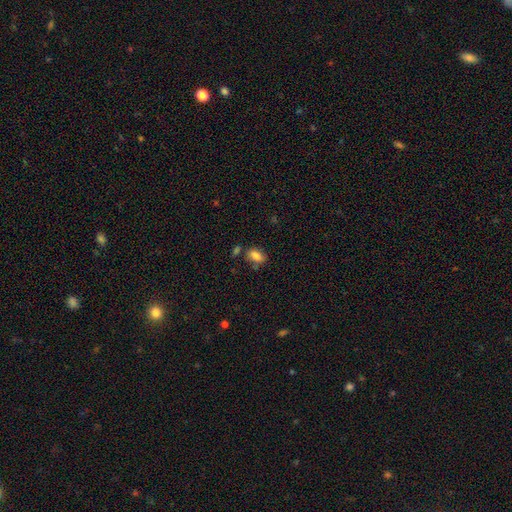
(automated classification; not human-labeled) Q: Smooth or featured?
A: smooth (81%); runner-up: featured or disk (10%)
Q: How rounded?
A: in between (85%); runner-up: round (12%)
Q: Merging?
A: none (67%); runner-up: minor disturbance (17%)